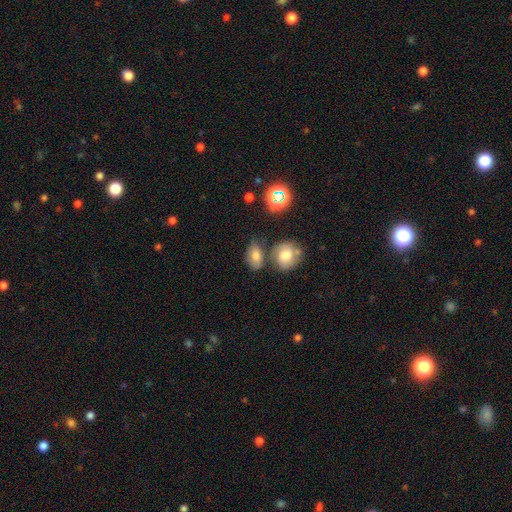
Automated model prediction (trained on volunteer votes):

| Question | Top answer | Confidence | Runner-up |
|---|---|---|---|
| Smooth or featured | smooth | 74% | star or artifact (13%) |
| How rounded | in between | 80% | round (18%) |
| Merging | none | 58% | merger (19%) |